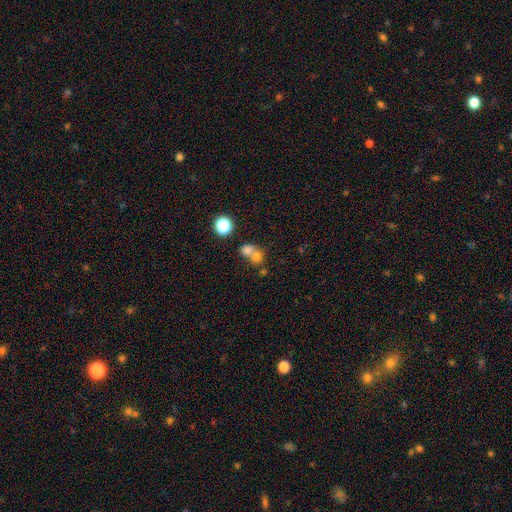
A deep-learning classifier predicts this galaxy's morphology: A smooth galaxy with no disk features (73%) that is round (74%). Merging: merger (60%).